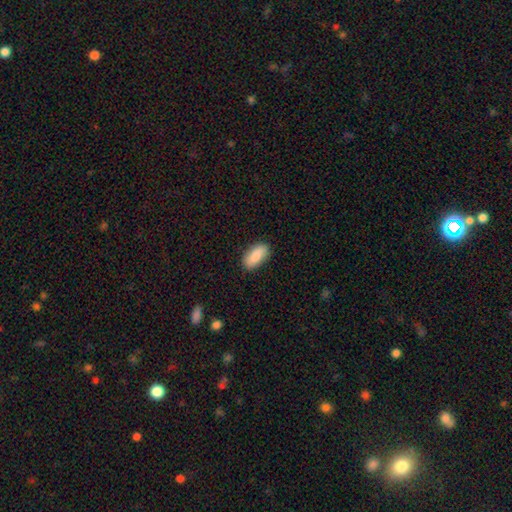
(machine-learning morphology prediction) This appears to be a smooth galaxy with no disk features (87%) that is in between round and cigar-shaped (91%). Merging: none (86%).